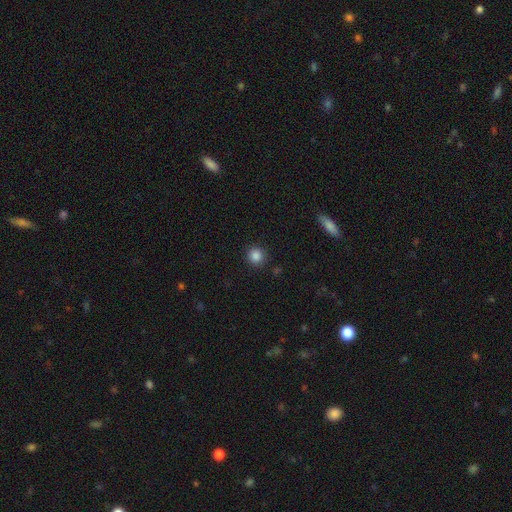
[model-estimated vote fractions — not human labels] smooth-or-featured: smooth: 86% | star or artifact: 11% | featured or disk: 3%
  how-rounded: round: 94% | in between: 5% | cigar-shaped: 1%
  merging: none: 91% | minor disturbance: 6% | major disturbance: 2% | merger: 1%